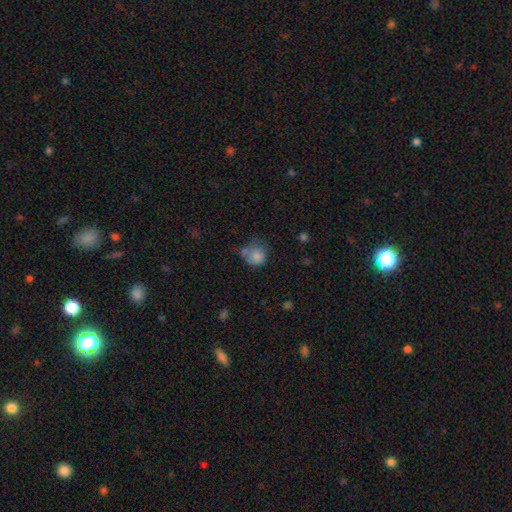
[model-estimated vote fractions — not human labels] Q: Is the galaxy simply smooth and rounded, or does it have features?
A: smooth — 81%.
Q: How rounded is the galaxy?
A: round — 79%.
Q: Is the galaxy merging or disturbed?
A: none — 40%.